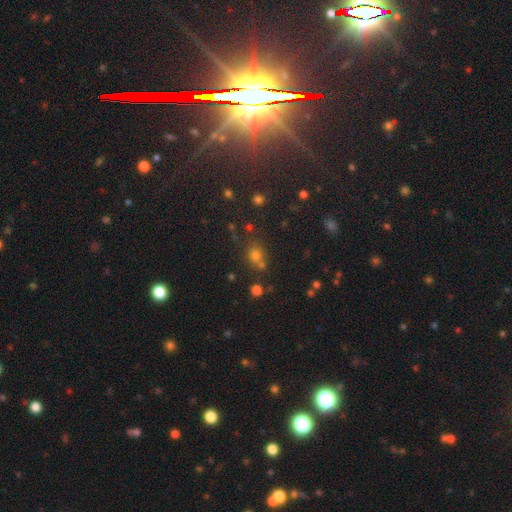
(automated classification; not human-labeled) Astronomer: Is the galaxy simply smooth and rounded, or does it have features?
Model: smooth — 59%.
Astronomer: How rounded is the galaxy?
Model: round — 77%.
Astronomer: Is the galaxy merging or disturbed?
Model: none — 63%.